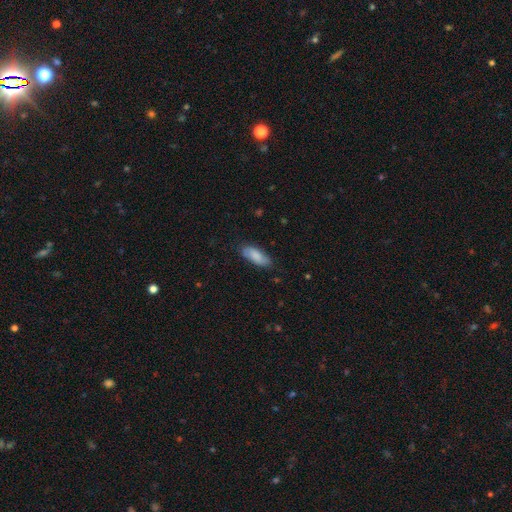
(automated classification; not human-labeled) This is likely a smooth galaxy (79%). How rounded: likely in between (77%). Merging: likely none (77%).